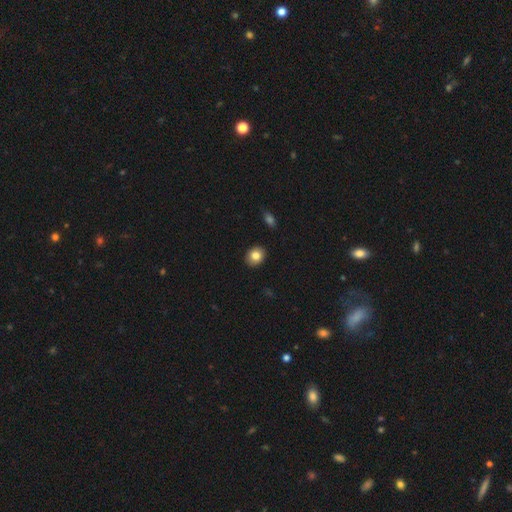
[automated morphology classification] type=smooth (83%); roundness=round (55%); merging=none (90%).